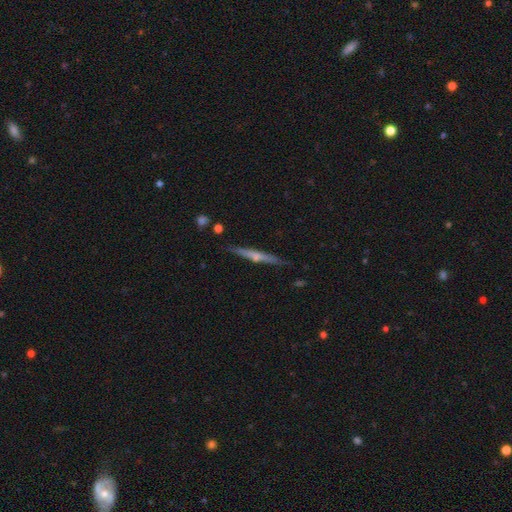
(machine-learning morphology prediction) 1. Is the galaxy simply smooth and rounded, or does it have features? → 62% featured or disk, 31% smooth, 7% star or artifact.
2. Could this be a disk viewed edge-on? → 97% yes, 3% no.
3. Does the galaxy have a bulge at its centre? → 62% rounded, 30% none, 7% boxy.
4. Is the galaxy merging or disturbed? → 86% none, 10% minor disturbance, 2% merger, 2% major disturbance.